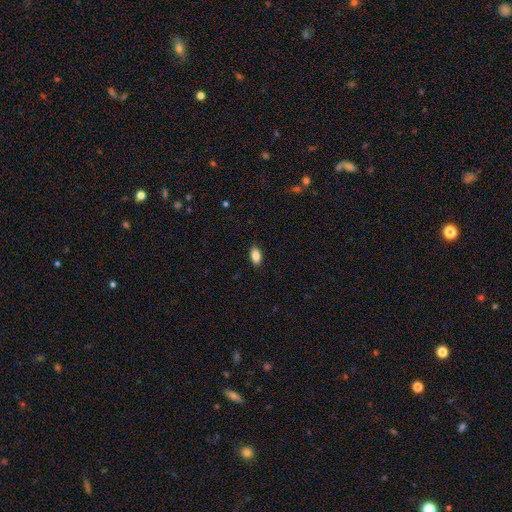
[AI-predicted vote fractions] Smooth or featured? smooth (88%)
How rounded? in between (92%)
Merging? none (88%)